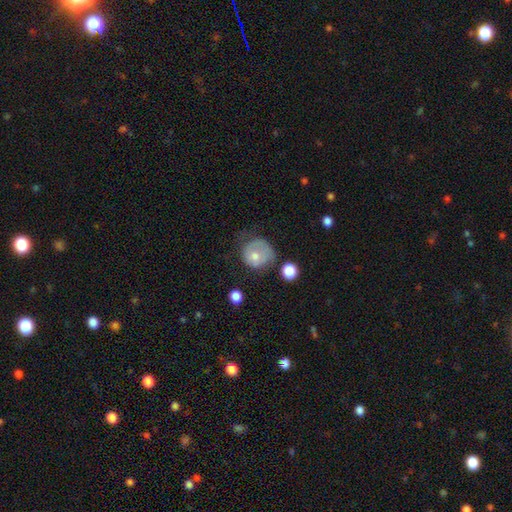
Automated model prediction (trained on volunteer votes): A smooth galaxy with no disk features (68%) that is round (83%).

Vote fractions:
- Smooth or featured? smooth: 68% / featured or disk: 25% / star or artifact: 8%
- How rounded? round: 83% / in between: 16% / cigar-shaped: 1%
- Merging? none: 41% / minor disturbance: 32% / major disturbance: 23% / merger: 4%